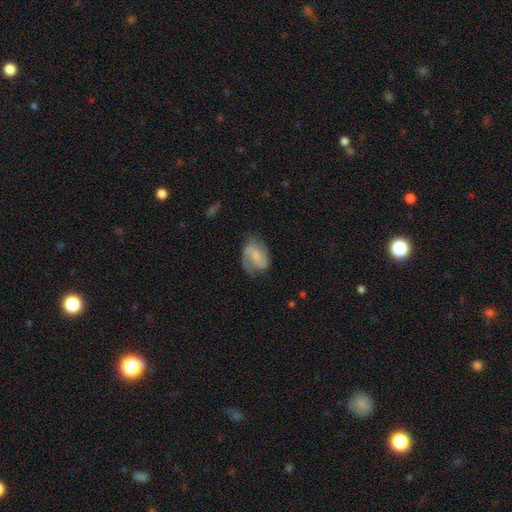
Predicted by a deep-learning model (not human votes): Overall: featured or disk (60%; smooth 33%). Edge-on disk: no (97%). Bar: no (44%; weak 42%). Spiral arms: yes (87%). Spiral arm count: 2 (72%). Spiral winding: medium (45%; loose 32%). Bulge size: small (44%; moderate 30%). Merging: none (56%; minor disturbance 27%).